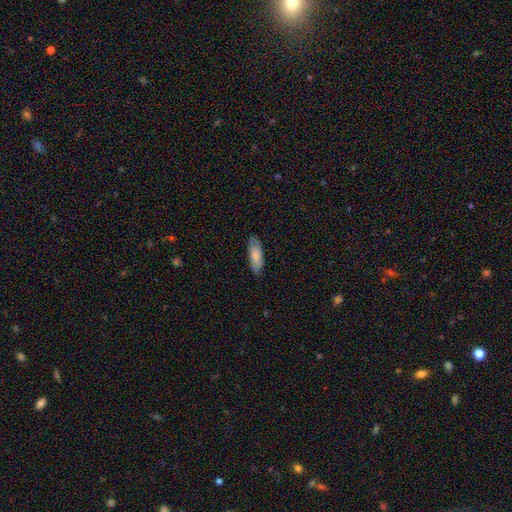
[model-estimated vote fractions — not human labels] A smooth galaxy with no disk features (78%) that is in between round and cigar-shaped (65%).

Vote fractions:
- Smooth or featured? smooth: 78% / featured or disk: 16% / star or artifact: 6%
- How rounded? in between: 65% / cigar-shaped: 33% / round: 2%
- Merging? none: 83% / minor disturbance: 14% / major disturbance: 2% / merger: 1%